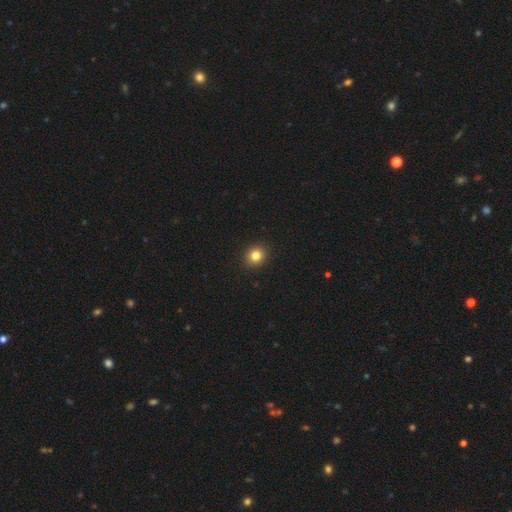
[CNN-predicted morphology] type=smooth (82%); roundness=round (81%); merging=none (93%).